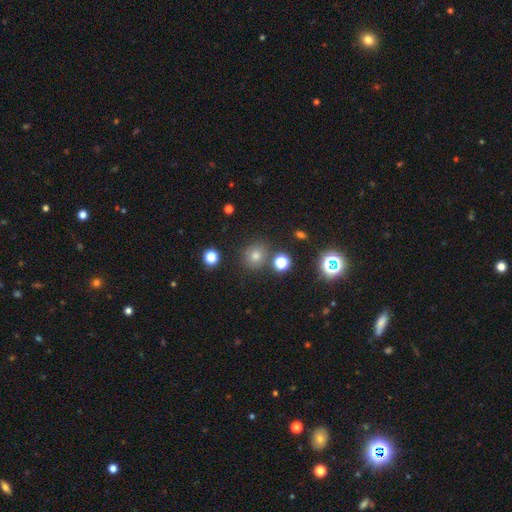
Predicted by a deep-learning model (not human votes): smooth_or_featured: smooth (p=0.68) [alt: star or artifact p=0.24]
how_rounded: round (p=0.87) [alt: in between p=0.12]
merging: none (p=0.81) [alt: minor disturbance p=0.09]